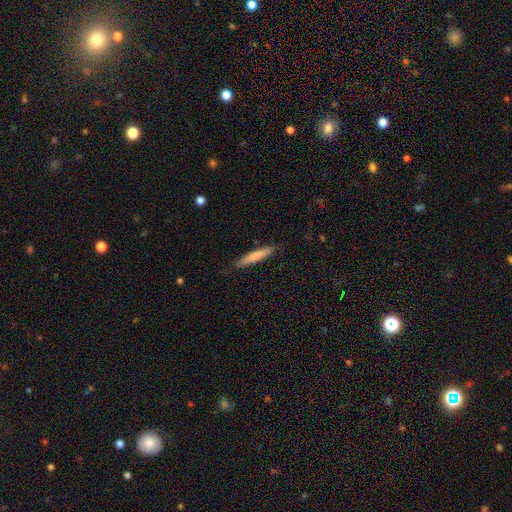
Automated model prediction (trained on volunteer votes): Smooth or featured? smooth (75%)
How rounded? cigar-shaped (93%)
Merging? none (86%)